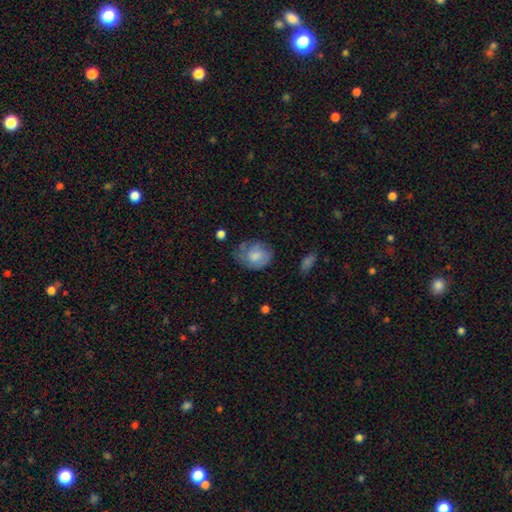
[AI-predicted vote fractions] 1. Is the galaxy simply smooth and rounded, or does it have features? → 60% smooth, 33% featured or disk, 7% star or artifact.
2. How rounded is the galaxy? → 51% round, 48% in between, 1% cigar-shaped.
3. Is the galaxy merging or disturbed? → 52% none, 30% minor disturbance, 15% major disturbance, 3% merger.